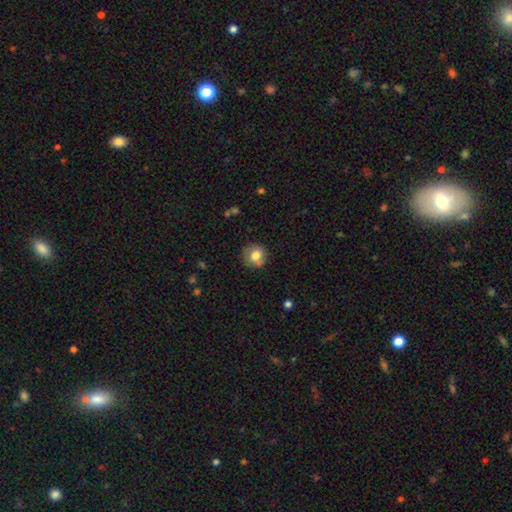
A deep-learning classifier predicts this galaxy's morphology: A smooth galaxy with no disk features (76%) that is round (89%). Merging: none (76%).